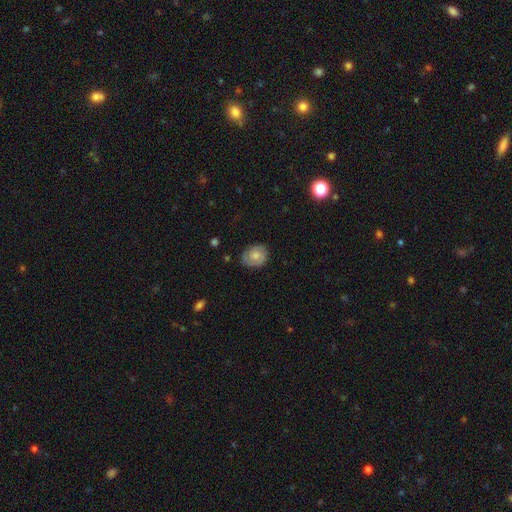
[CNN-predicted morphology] Q: Smooth or featured?
A: smooth (48%); runner-up: featured or disk (45%)
Q: Merging?
A: none (75%); runner-up: minor disturbance (20%)